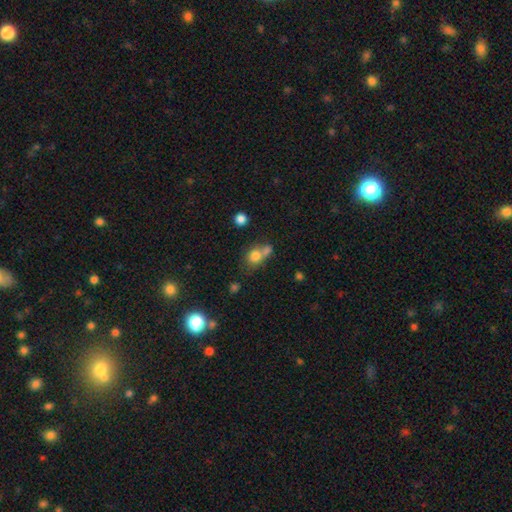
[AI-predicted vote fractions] smooth_or_featured: smooth (p=0.76) [alt: star or artifact p=0.13]
how_rounded: round (p=0.68) [alt: in between p=0.30]
merging: merger (p=0.44) [alt: none p=0.38]